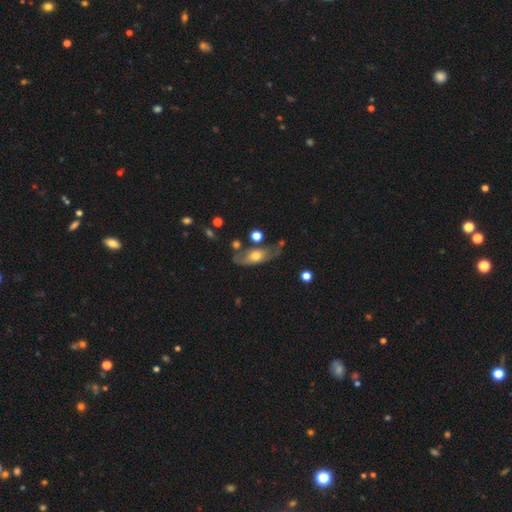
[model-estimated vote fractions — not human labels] smooth_or_featured: featured or disk (p=0.47) [alt: smooth p=0.45]
merging: none (p=0.50) [alt: minor disturbance p=0.26]